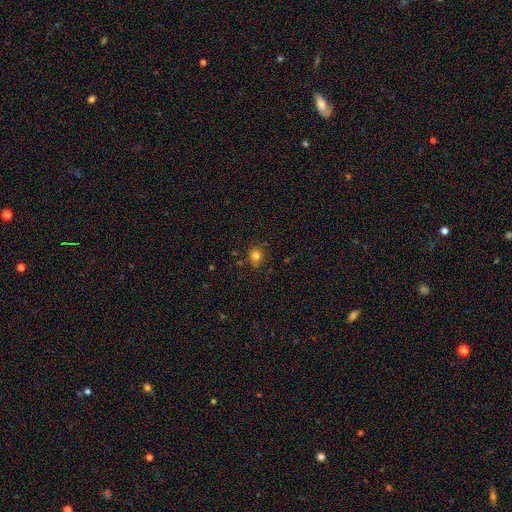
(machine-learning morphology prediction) Smooth or featured? Predicted: smooth (p=0.80). How rounded? Predicted: round (p=0.81). Merging? Predicted: none (p=0.83).